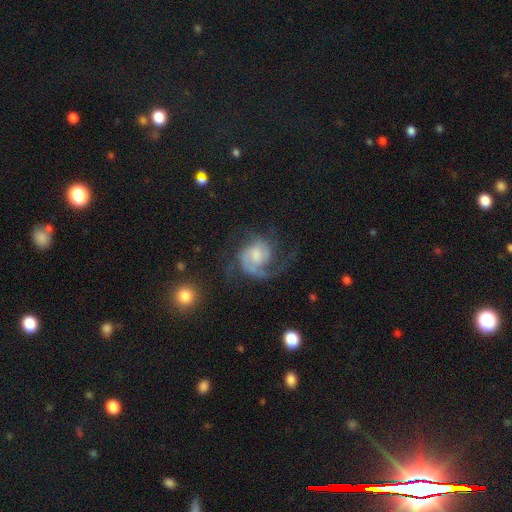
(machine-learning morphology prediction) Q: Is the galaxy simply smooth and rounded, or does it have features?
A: featured or disk — 82%.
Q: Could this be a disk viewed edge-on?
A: no — 98%.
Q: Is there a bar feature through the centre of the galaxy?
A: no — 54%.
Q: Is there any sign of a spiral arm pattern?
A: yes — 95%.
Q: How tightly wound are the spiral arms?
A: medium — 47%.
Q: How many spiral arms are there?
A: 2 — 39%.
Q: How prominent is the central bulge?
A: moderate — 39%.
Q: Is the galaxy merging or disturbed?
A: none — 51%.